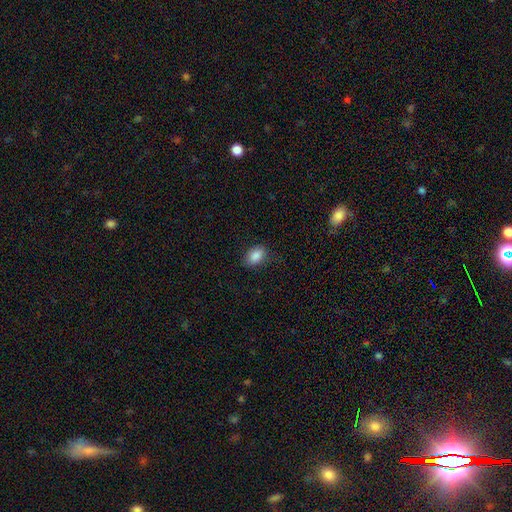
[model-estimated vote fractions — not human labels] Smooth or featured?
  - smooth: 86% *
  - star or artifact: 8%
  - featured or disk: 5%
How rounded?
  - in between: 83% *
  - round: 16%
  - cigar-shaped: 1%
Merging?
  - none: 82% *
  - minor disturbance: 14%
  - major disturbance: 3%
  - merger: 1%